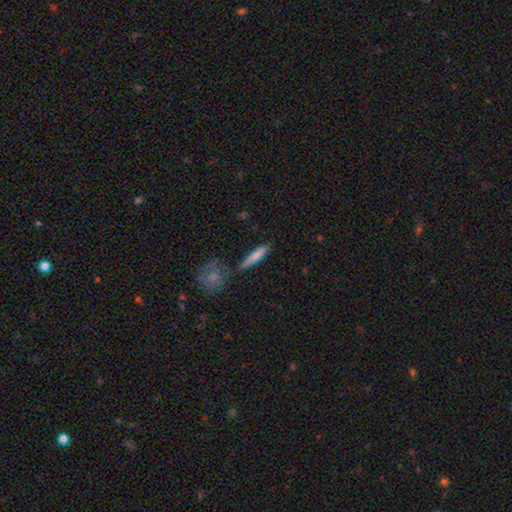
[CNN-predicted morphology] Smooth or featured? Predicted: smooth (p=0.74). How rounded? Predicted: cigar-shaped (p=0.87). Merging? Predicted: none (p=0.77).